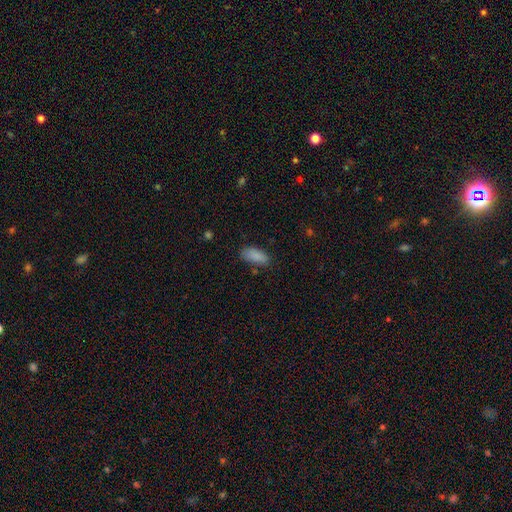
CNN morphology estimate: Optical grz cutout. It shows a smooth galaxy with no disk features (87%) that is in between round and cigar-shaped (86%). Merging: none (76%).